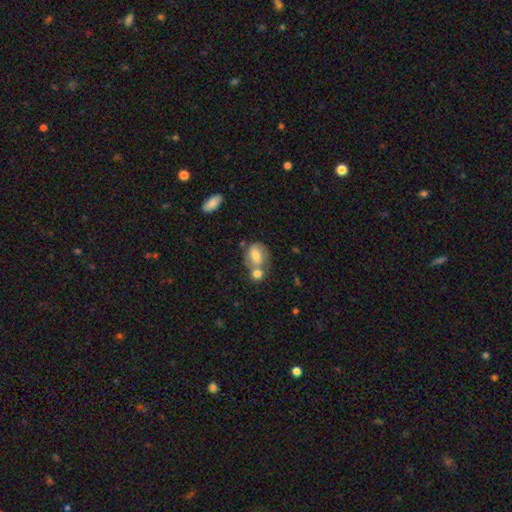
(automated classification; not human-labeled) smooth 69%, featured or disk 23%, star or artifact 8%. Down the decision tree: how rounded — in between (57%); merging — merger (48%).